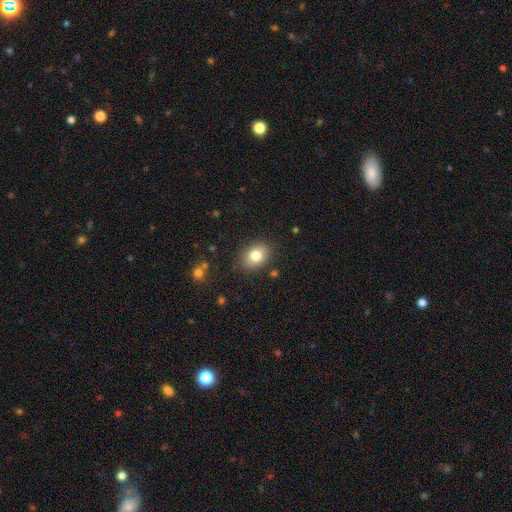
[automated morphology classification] smooth 80%, featured or disk 10%, star or artifact 10%. Down the decision tree: how rounded — in between (67%); merging — none (85%).